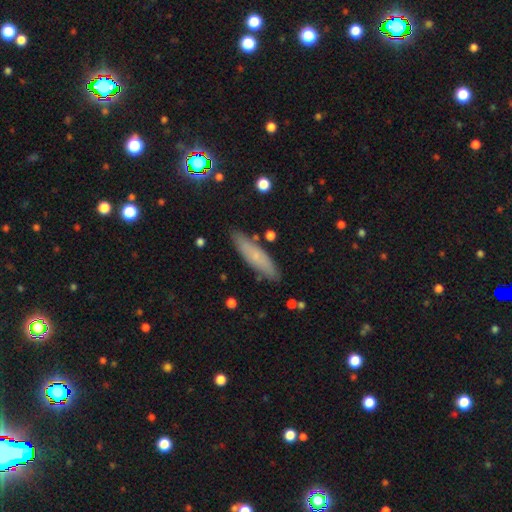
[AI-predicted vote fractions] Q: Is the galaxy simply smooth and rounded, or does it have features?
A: smooth — 65%.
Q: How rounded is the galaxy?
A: cigar-shaped — 75%.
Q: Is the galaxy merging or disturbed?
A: none — 84%.